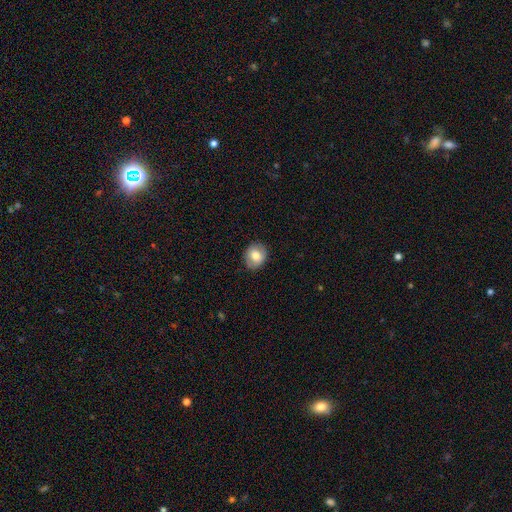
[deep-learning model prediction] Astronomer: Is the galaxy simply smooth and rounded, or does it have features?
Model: smooth — 75%.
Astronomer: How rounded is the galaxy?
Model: round — 66%.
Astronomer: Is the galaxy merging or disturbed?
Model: none — 85%.